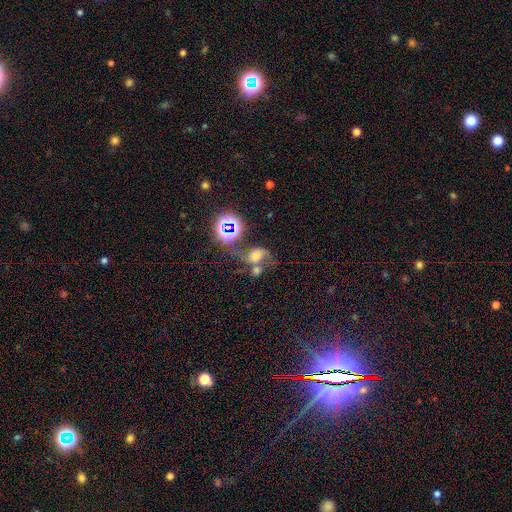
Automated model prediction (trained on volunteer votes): The model was most divided on "smooth or featured" (2-way tie): smooth: 36%, featured or disk: 36%, star or artifact: 28%. Remaining: merging — merger (36%).